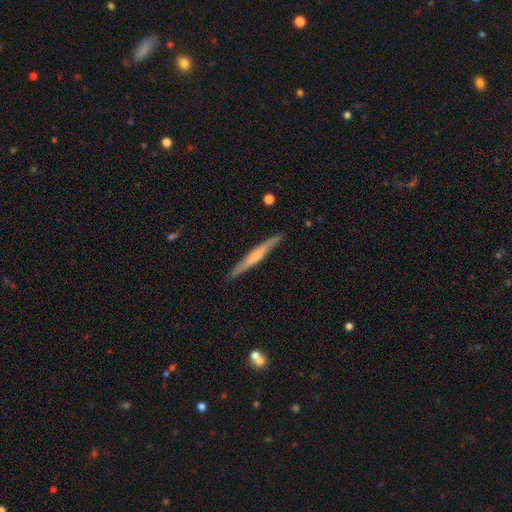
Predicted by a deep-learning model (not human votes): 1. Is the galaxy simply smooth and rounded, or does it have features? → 53% featured or disk, 42% smooth, 5% star or artifact.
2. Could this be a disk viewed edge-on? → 96% yes, 4% no.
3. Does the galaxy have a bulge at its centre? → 44% none, 37% rounded, 19% boxy.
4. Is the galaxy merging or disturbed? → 87% none, 10% minor disturbance, 2% major disturbance, 1% merger.